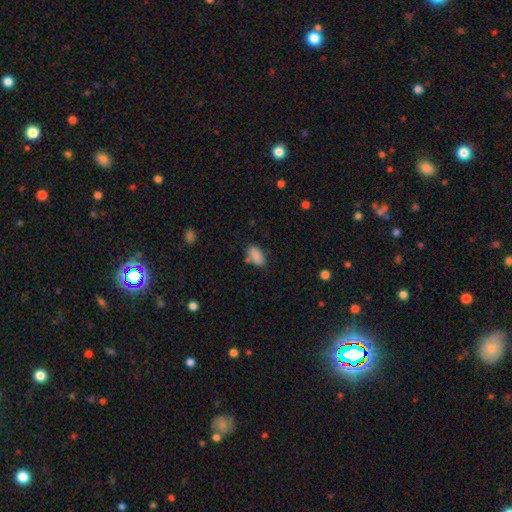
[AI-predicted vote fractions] This is clearly a smooth galaxy (86%). How rounded: clearly in between (92%). Merging: likely none (68%).